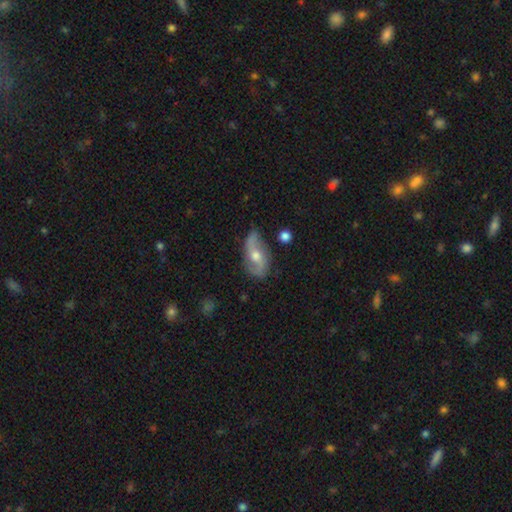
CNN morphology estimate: smooth_or_featured: featured or disk (p=0.72) [alt: smooth p=0.21]
disk_edge_on: no (p=0.93) [alt: yes p=0.07]
bar: no (p=0.51) [alt: weak p=0.35]
has_spiral_arms: yes (p=0.89) [alt: no p=0.11]
spiral_winding: loose (p=0.64) [alt: medium p=0.26]
spiral_arm_count: 2 (p=0.89) [alt: can't tell p=0.05]
bulge_size: moderate (p=0.66) [alt: small p=0.28]
merging: none (p=0.73) [alt: minor disturbance p=0.20]